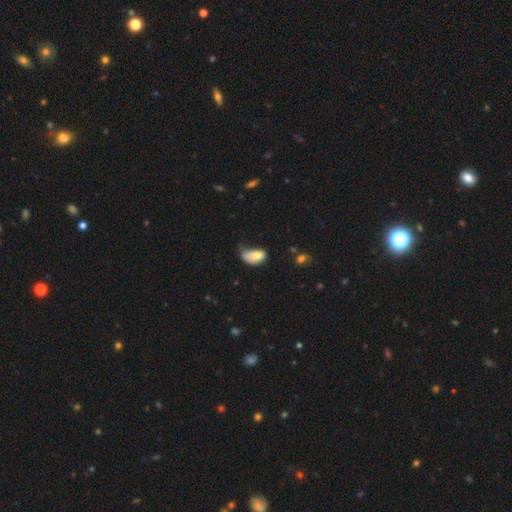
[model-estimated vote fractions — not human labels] Q: Smooth or featured?
A: smooth (76%); runner-up: featured or disk (16%)
Q: How rounded?
A: in between (91%); runner-up: round (7%)
Q: Merging?
A: minor disturbance (39%); runner-up: major disturbance (30%)